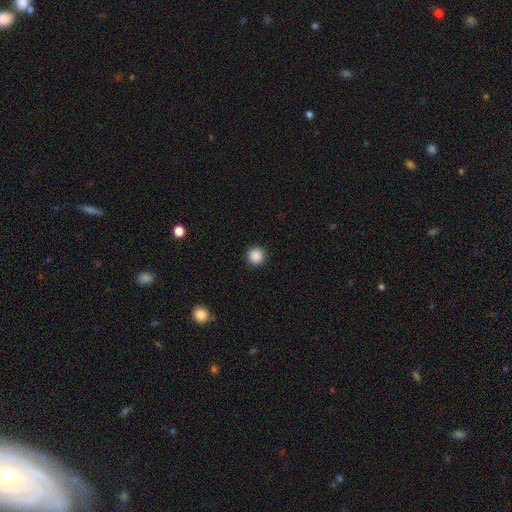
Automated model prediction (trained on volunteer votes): A smooth galaxy with no disk features (88%) that is round (96%). Merging: none (93%).